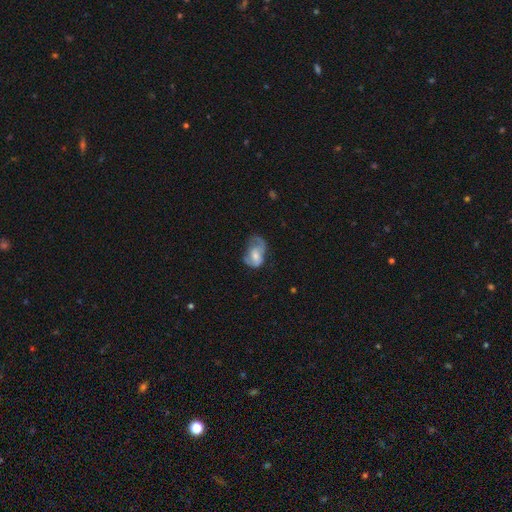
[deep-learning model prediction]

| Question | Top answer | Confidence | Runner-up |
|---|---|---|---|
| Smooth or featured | featured or disk | 49% | smooth (43%) |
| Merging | major disturbance | 41% | minor disturbance (29%) |